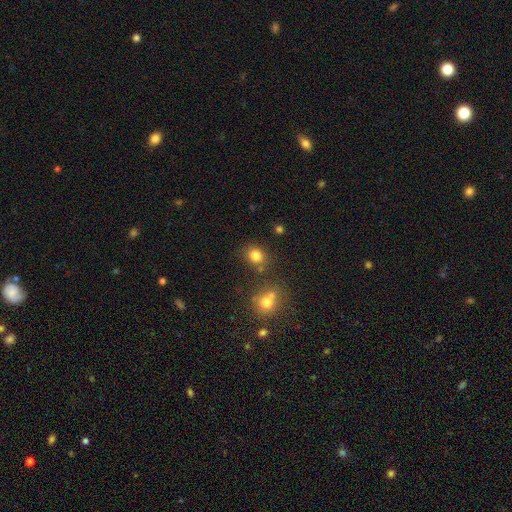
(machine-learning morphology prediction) This appears to be a smooth galaxy with no disk features (80%) that is round (67%). Merging: none (73%).